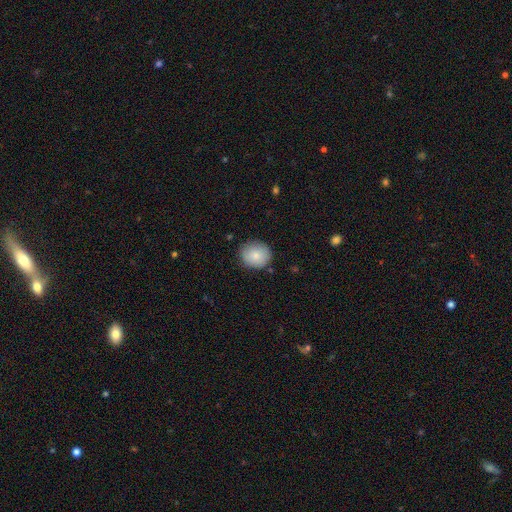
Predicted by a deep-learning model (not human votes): smooth-or-featured: smooth: 81% | featured or disk: 11% | star or artifact: 8%
  how-rounded: round: 80% | in between: 19% | cigar-shaped: 1%
  merging: none: 82% | minor disturbance: 14% | major disturbance: 3% | merger: 1%